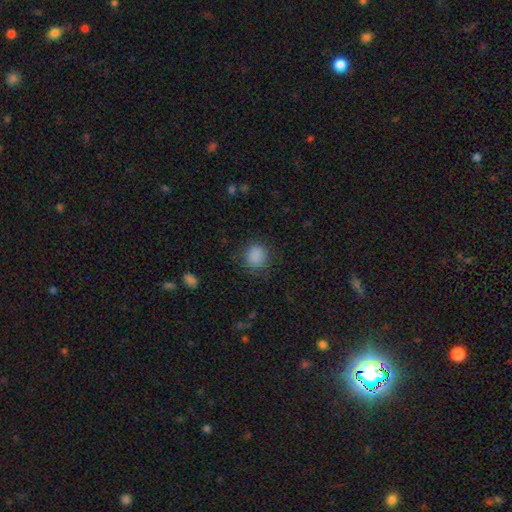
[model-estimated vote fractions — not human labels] smooth 86%, star or artifact 11%, featured or disk 4%. Down the decision tree: how rounded — round (81%); merging — none (82%).